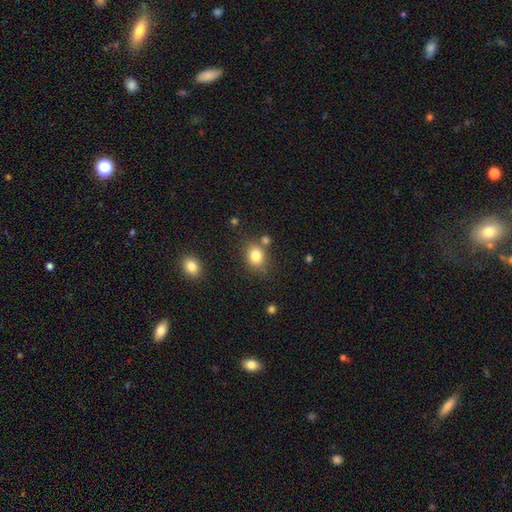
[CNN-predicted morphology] smooth_or_featured: smooth (p=0.82) [alt: star or artifact p=0.11]
how_rounded: round (p=0.61) [alt: in between p=0.38]
merging: none (p=0.72) [alt: minor disturbance p=0.13]